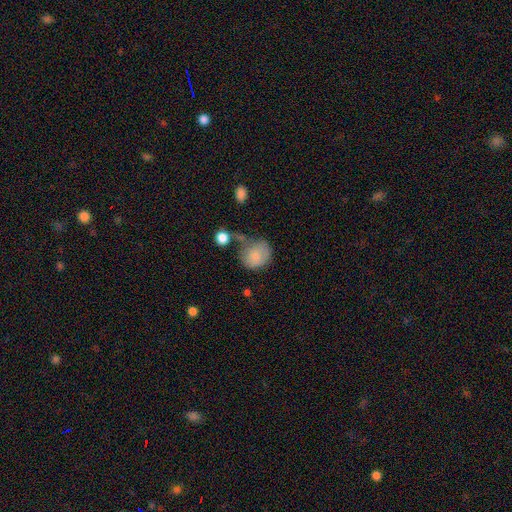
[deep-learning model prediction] The model was most divided on "merging": none: 40%, minor disturbance: 26%, major disturbance: 19%, merger: 15%. More confident: smooth or featured — smooth (80%); how rounded — round (76%).